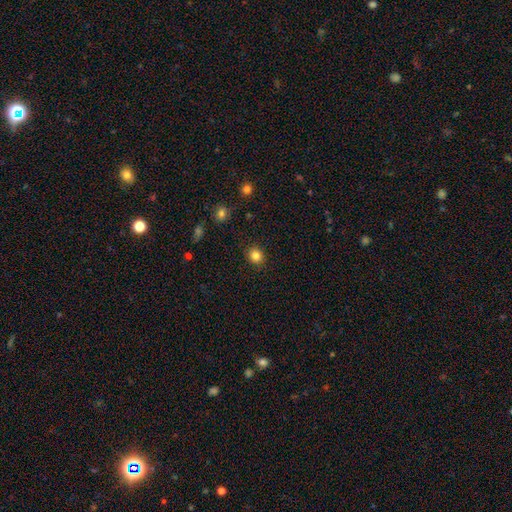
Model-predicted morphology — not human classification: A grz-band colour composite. It shows a smooth galaxy with no disk features (83%) that is round (80%). Merging: none (90%).